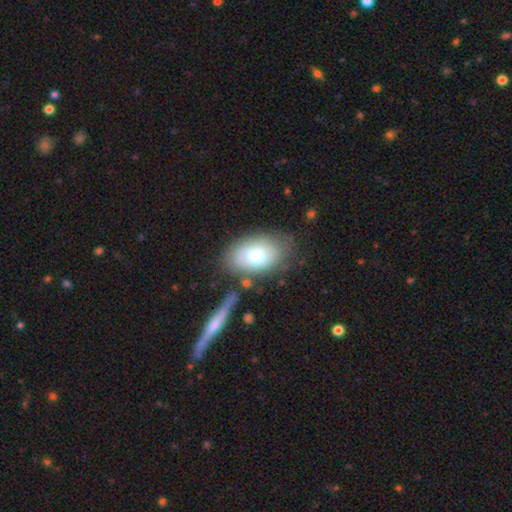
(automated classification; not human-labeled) A smooth galaxy with no disk features (67%) that is in between round and cigar-shaped (88%).

Vote fractions:
- Smooth or featured? smooth: 67% / featured or disk: 26% / star or artifact: 7%
- How rounded? in between: 88% / round: 11% / cigar-shaped: 1%
- Merging? none: 65% / minor disturbance: 19% / major disturbance: 9% / merger: 7%